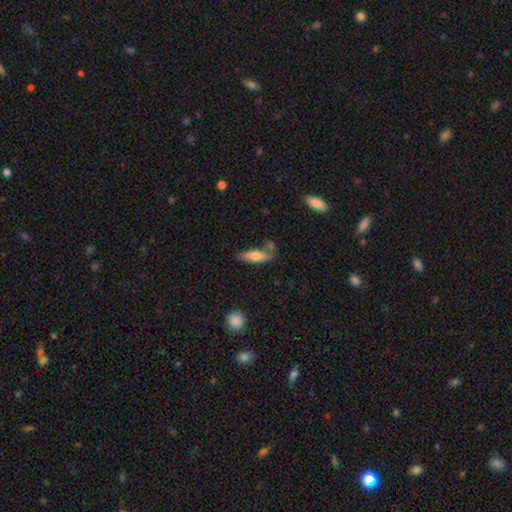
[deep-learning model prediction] Smooth or featured?
  - smooth: 69% *
  - featured or disk: 24%
  - star or artifact: 7%
How rounded?
  - in between: 52% *
  - cigar-shaped: 45%
  - round: 3%
Merging?
  - none: 57% *
  - minor disturbance: 22%
  - merger: 14%
  - major disturbance: 8%